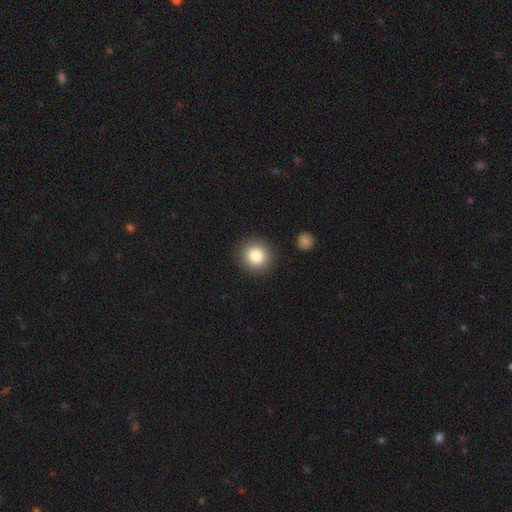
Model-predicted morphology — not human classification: smooth_or_featured: smooth (p=0.84) [alt: star or artifact p=0.09]
how_rounded: round (p=0.92) [alt: in between p=0.07]
merging: none (p=0.89) [alt: minor disturbance p=0.07]